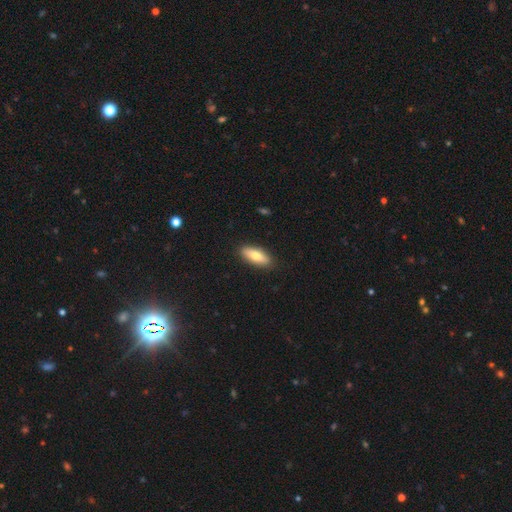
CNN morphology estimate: type=smooth (74%); roundness=in between (68%); merging=none (89%).